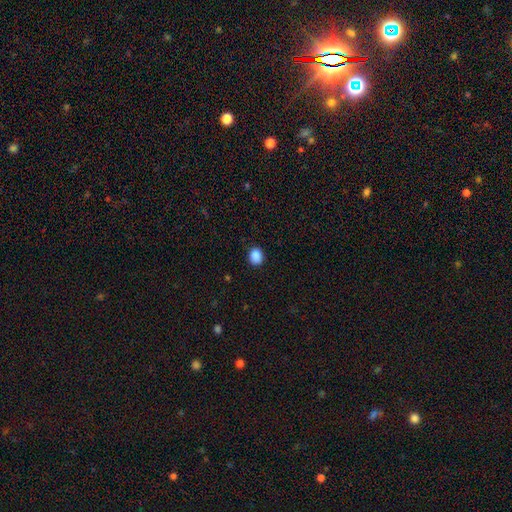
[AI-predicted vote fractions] Morphology: type=smooth (89%); roundness=round (58%); merging=none (89%).